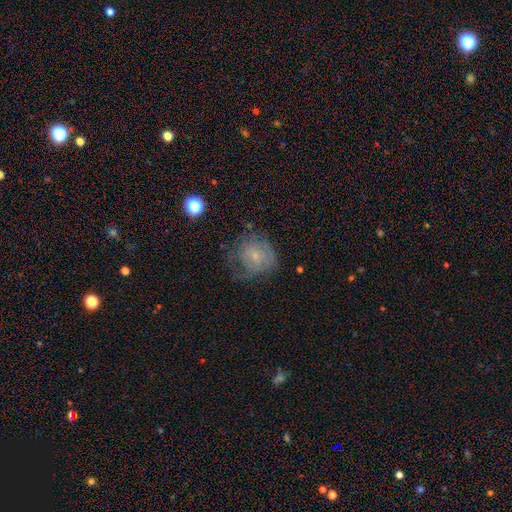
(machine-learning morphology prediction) The model was most divided on "smooth or featured": featured or disk: 47%, smooth: 43%, star or artifact: 10%. Remaining: merging — none (45%).